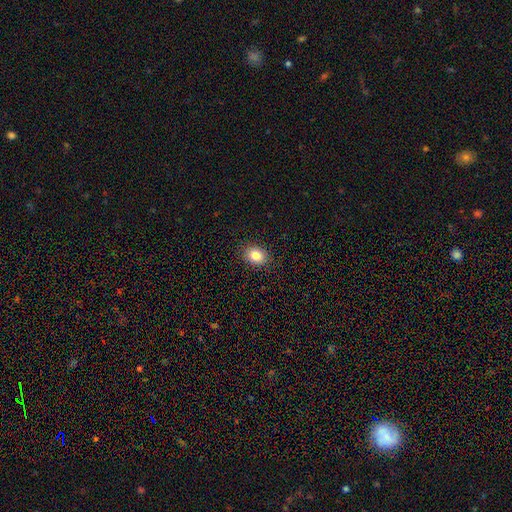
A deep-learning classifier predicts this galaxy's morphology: smooth_or_featured: smooth (p=0.84) [alt: star or artifact p=0.09]
how_rounded: in between (p=0.61) [alt: round p=0.38]
merging: none (p=0.89) [alt: minor disturbance p=0.08]